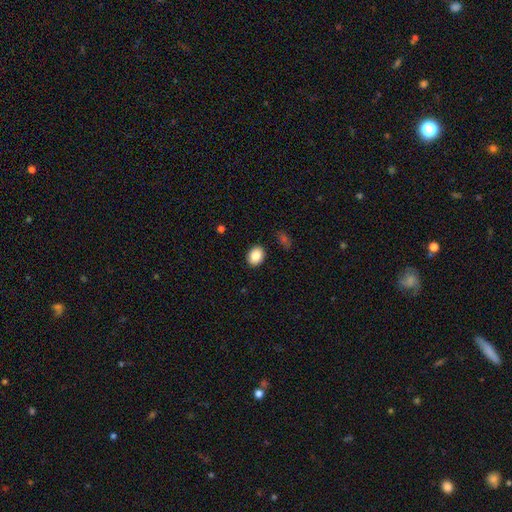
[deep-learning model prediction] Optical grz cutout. It shows a smooth galaxy with no disk features (87%) that is in between round and cigar-shaped (60%). Merging: none (89%).